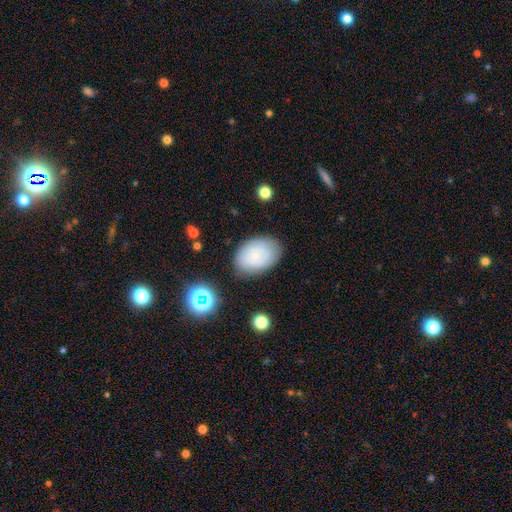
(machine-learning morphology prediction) type=smooth (70%); roundness=in between (86%); merging=none (78%).